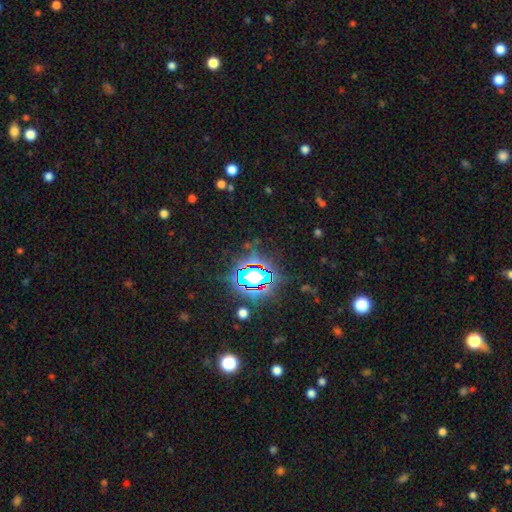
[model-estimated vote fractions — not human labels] star or artifact 78%, smooth 13%, featured or disk 9%.